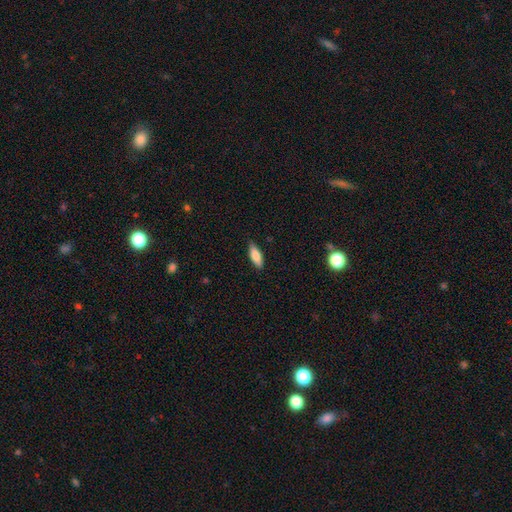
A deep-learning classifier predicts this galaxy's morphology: A smooth galaxy with no disk features (78%) that is in between round and cigar-shaped (67%).

Vote fractions:
- Smooth or featured? smooth: 78% / featured or disk: 15% / star or artifact: 6%
- How rounded? in between: 67% / cigar-shaped: 31% / round: 2%
- Merging? none: 87% / minor disturbance: 10% / major disturbance: 2% / merger: 1%